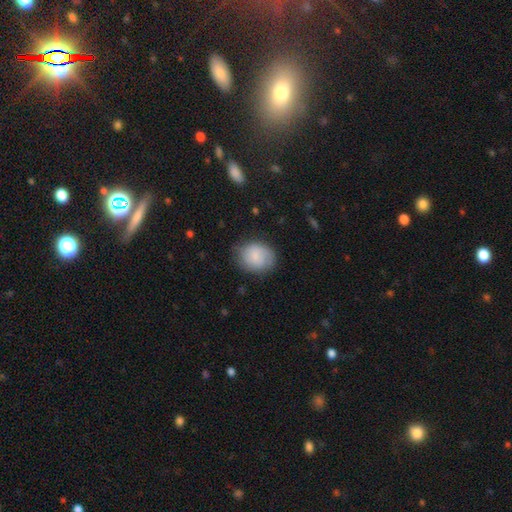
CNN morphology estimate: Smooth or featured? smooth (74%)
How rounded? round (61%)
Merging? none (73%)